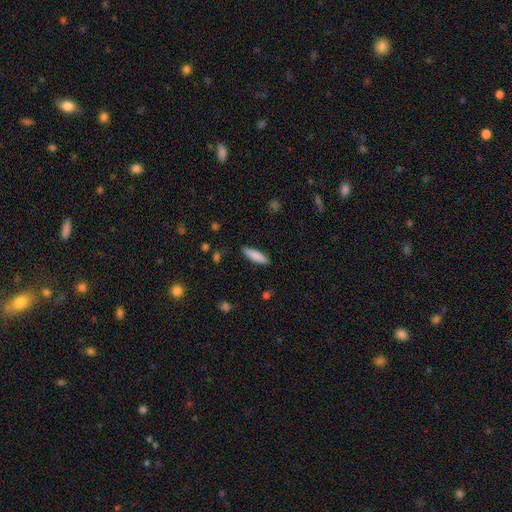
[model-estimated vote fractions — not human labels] smooth_or_featured: smooth (p=0.84) [alt: featured or disk p=0.10]
how_rounded: cigar-shaped (p=0.67) [alt: in between p=0.31]
merging: none (p=0.86) [alt: minor disturbance p=0.10]